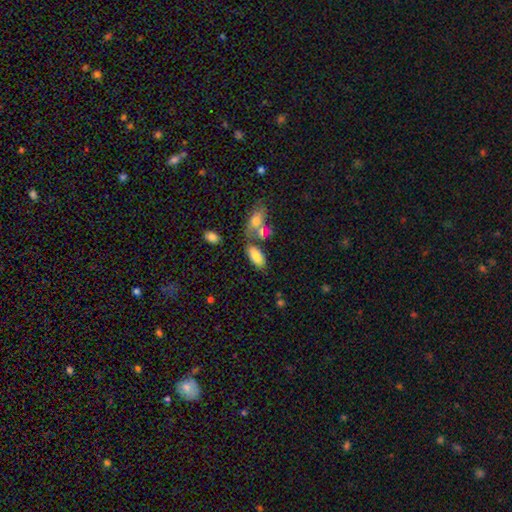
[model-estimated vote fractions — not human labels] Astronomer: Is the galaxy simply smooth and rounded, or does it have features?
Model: smooth — 82%.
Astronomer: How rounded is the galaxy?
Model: in between — 90%.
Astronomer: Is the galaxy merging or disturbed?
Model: none — 59%.